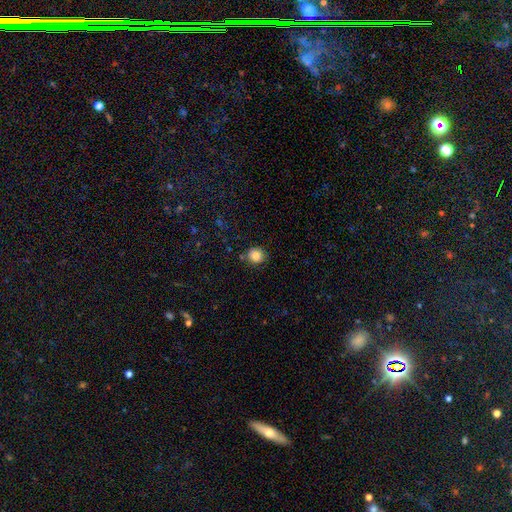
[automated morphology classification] smooth 84%, star or artifact 10%, featured or disk 6%. Down the decision tree: how rounded — round (88%); merging — none (81%).